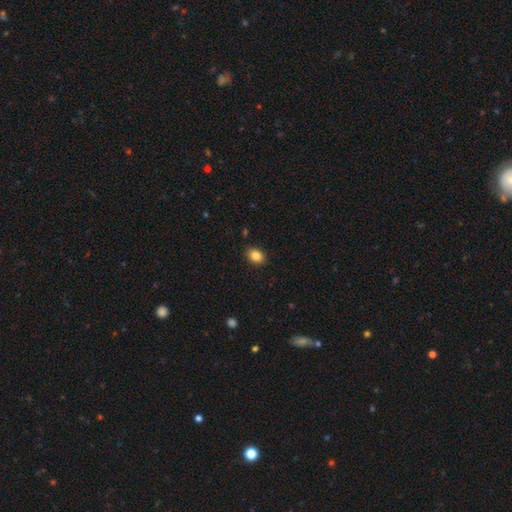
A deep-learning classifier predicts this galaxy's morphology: Overall: smooth (85%). How rounded: in between (72%). Merging: none (88%).